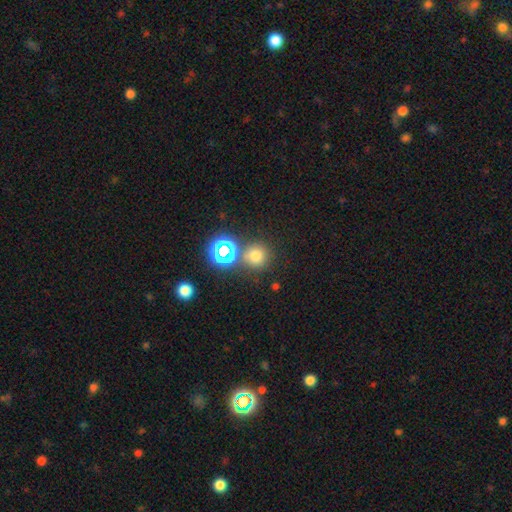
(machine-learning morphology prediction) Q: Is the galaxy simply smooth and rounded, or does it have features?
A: smooth — 67%.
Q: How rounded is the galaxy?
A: round — 92%.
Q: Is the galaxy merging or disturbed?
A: none — 74%.